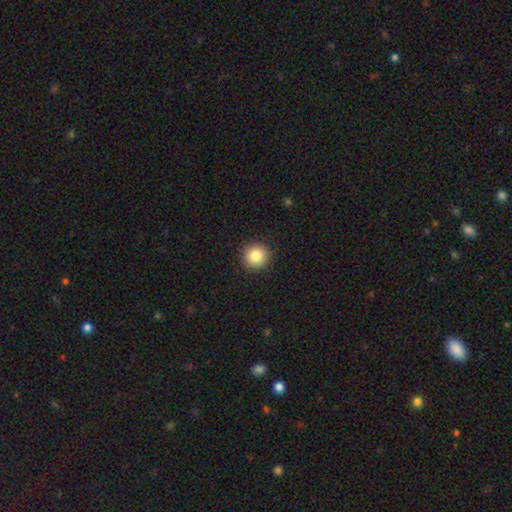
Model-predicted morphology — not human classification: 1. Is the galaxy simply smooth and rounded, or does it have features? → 85% smooth, 10% star or artifact, 6% featured or disk.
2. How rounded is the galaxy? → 93% round, 6% in between, 1% cigar-shaped.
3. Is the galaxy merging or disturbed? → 92% none, 6% minor disturbance, 2% major disturbance, 1% merger.